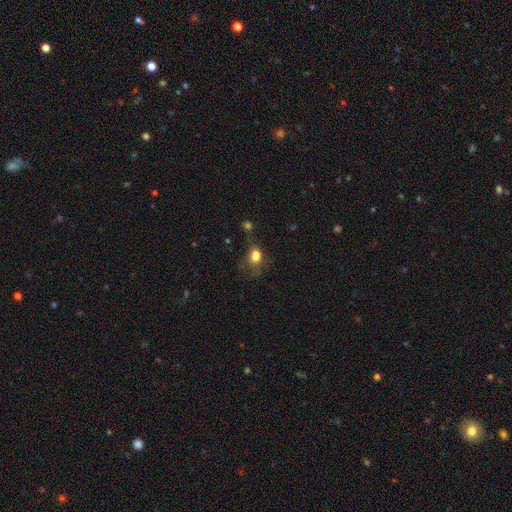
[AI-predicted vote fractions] Q: Smooth or featured?
A: smooth (73%); runner-up: featured or disk (14%)
Q: How rounded?
A: in between (59%); runner-up: round (39%)
Q: Merging?
A: none (34%); runner-up: major disturbance (29%)